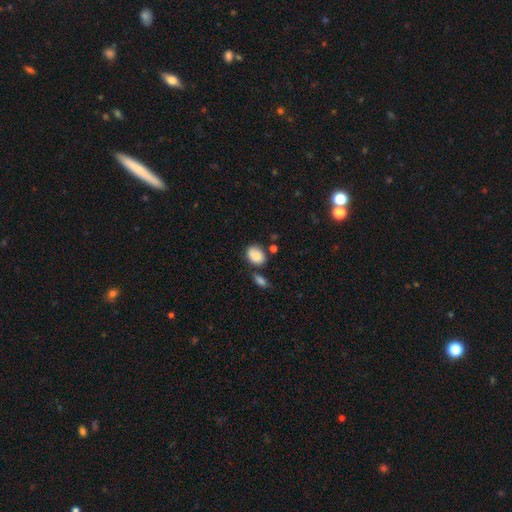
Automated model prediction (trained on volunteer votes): Smooth or featured?
  - smooth: 86% *
  - star or artifact: 8%
  - featured or disk: 6%
How rounded?
  - in between: 60% *
  - round: 39%
  - cigar-shaped: 1%
Merging?
  - none: 57% *
  - minor disturbance: 21%
  - merger: 15%
  - major disturbance: 6%